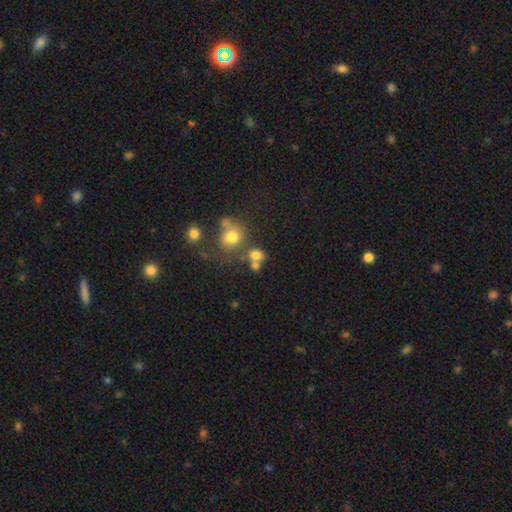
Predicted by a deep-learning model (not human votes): Smooth or featured?
  - smooth: 72% *
  - star or artifact: 16%
  - featured or disk: 12%
How rounded?
  - round: 55% *
  - in between: 43%
  - cigar-shaped: 1%
Merging?
  - none: 44% *
  - merger: 37%
  - minor disturbance: 12%
  - major disturbance: 7%